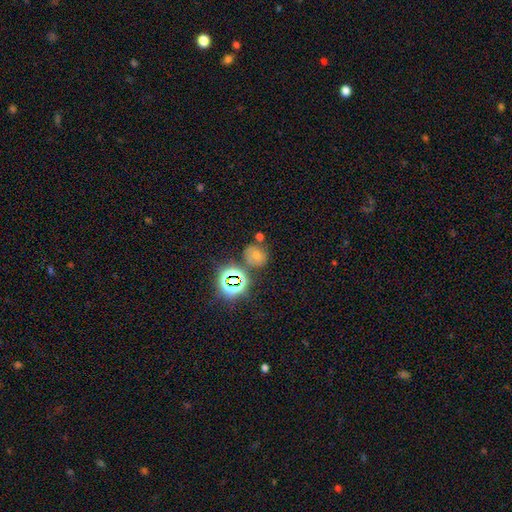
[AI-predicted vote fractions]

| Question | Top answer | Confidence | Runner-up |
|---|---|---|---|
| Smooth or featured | smooth | 50% | star or artifact (31%) |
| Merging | none | 60% | minor disturbance (17%) |